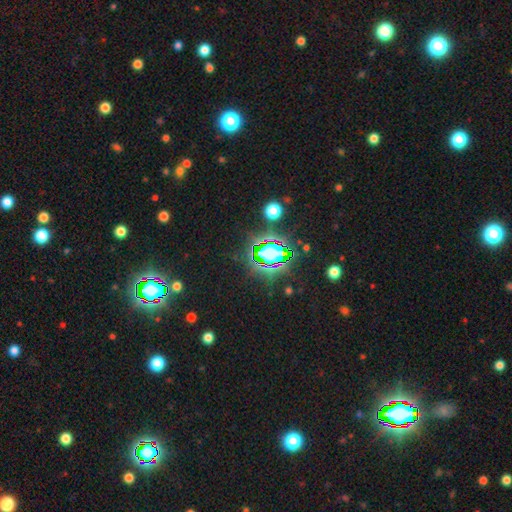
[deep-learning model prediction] Smooth or featured: star or artifact — 82% (smooth — 11%)